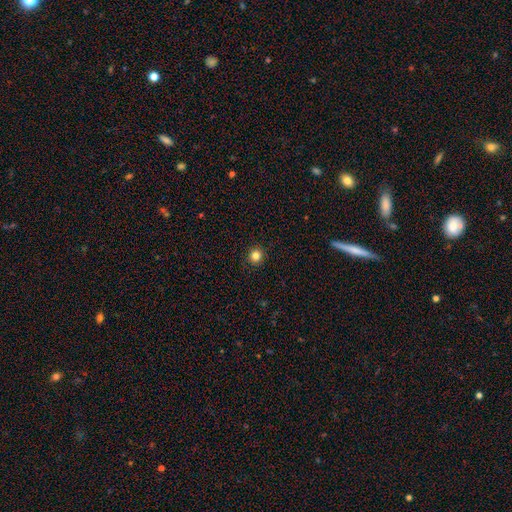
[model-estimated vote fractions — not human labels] This appears to be a smooth galaxy with no disk features (83%) that is round (94%). Merging: none (92%).